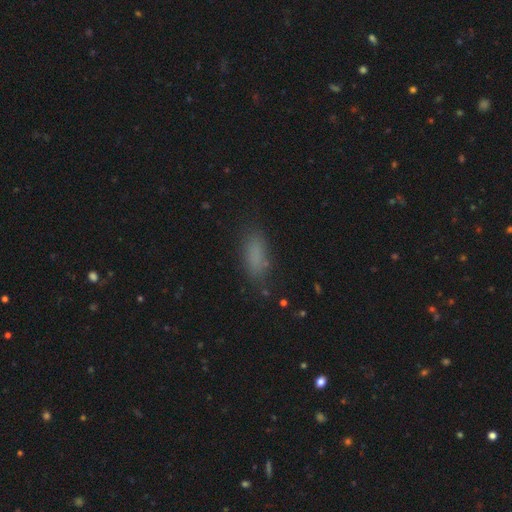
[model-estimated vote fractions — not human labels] Smooth or featured: smooth — 80% (star or artifact — 12%)
How rounded: in between — 70% (cigar-shaped — 27%)
Merging: none — 78% (minor disturbance — 15%)